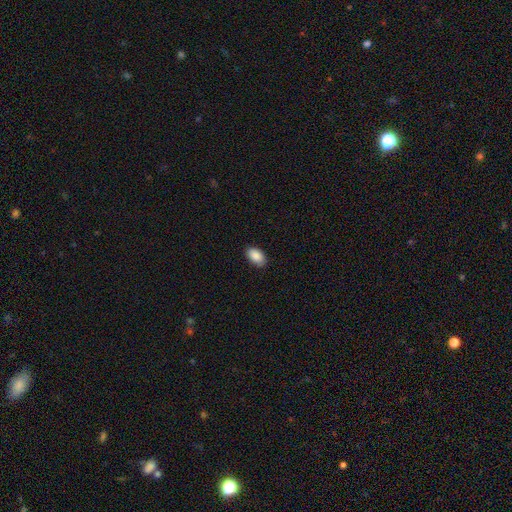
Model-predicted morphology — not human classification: smooth-or-featured: smooth: 89% | star or artifact: 7% | featured or disk: 4%
  how-rounded: in between: 93% | round: 5% | cigar-shaped: 1%
  merging: none: 86% | minor disturbance: 11% | major disturbance: 2% | merger: 1%